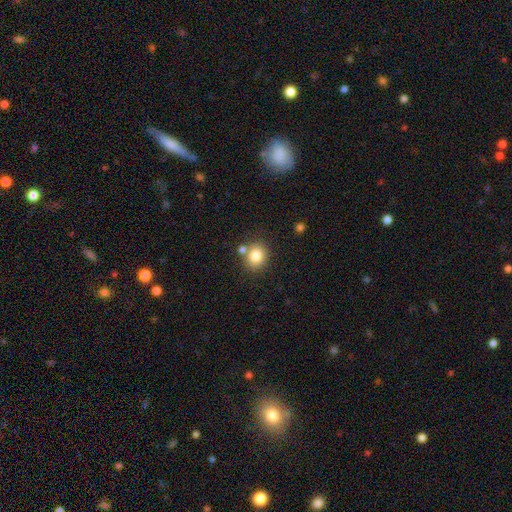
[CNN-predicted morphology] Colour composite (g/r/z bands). It shows a smooth galaxy with no disk features (81%) that is round (73%). Merging: none (71%).